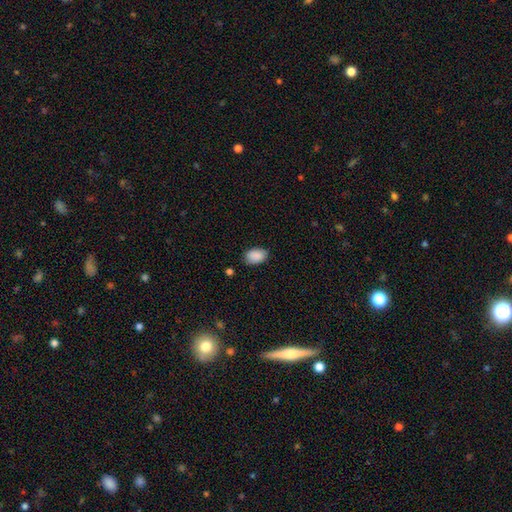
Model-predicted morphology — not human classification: smooth_or_featured: smooth (p=0.89) [alt: star or artifact p=0.07]
how_rounded: in between (p=0.89) [alt: round p=0.10]
merging: none (p=0.81) [alt: minor disturbance p=0.15]